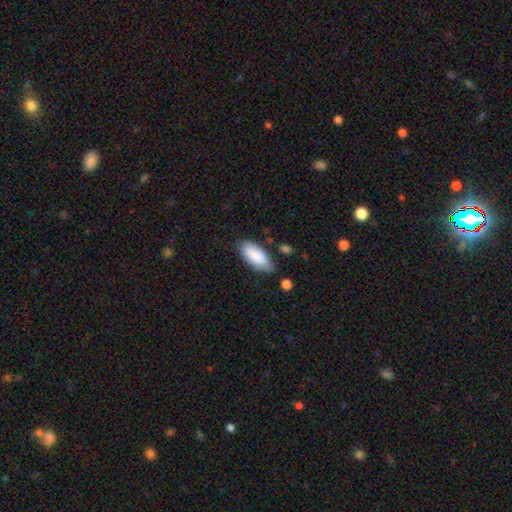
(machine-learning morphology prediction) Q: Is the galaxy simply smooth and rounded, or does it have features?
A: smooth — 85%.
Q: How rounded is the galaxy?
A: in between — 88%.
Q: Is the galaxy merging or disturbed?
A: none — 73%.